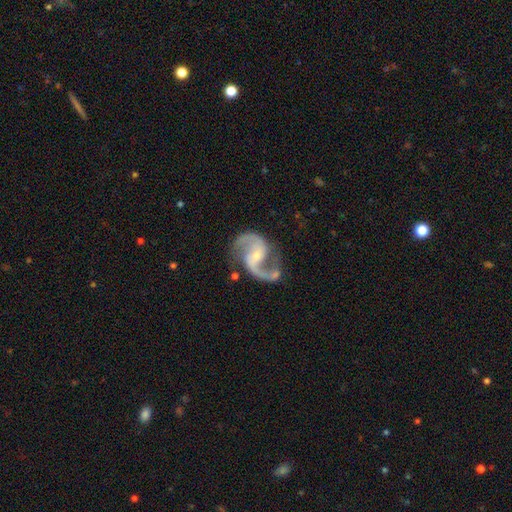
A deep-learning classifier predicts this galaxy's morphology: Smooth or featured? featured or disk (93%)
Edge-on disk? no (98%)
Bar? no (42%)
Spiral arms? yes (98%)
Spiral winding? medium (55%)
Spiral arm count? 2 (94%)
Bulge size? small (64%)
Merging? none (71%)